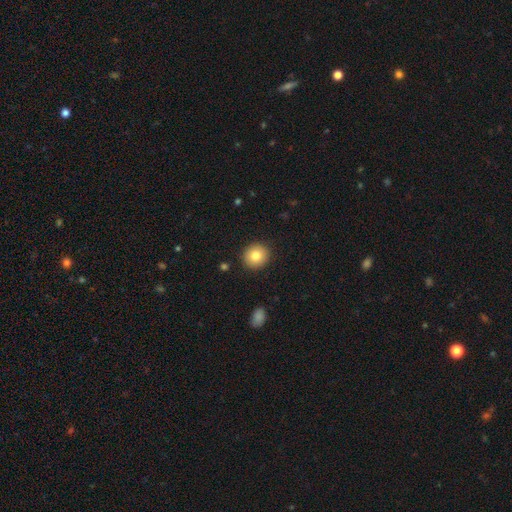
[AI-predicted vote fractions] Smooth or featured?
  - smooth: 82% *
  - star or artifact: 9%
  - featured or disk: 9%
How rounded?
  - round: 86% *
  - in between: 13%
  - cigar-shaped: 1%
Merging?
  - none: 91% *
  - minor disturbance: 6%
  - major disturbance: 2%
  - merger: 1%